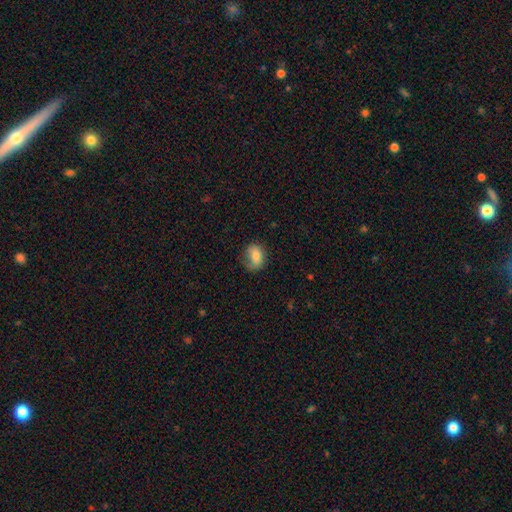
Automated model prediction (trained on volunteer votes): This appears to be a smooth galaxy with no disk features (76%) that is in between round and cigar-shaped (68%). Merging: none (55%).